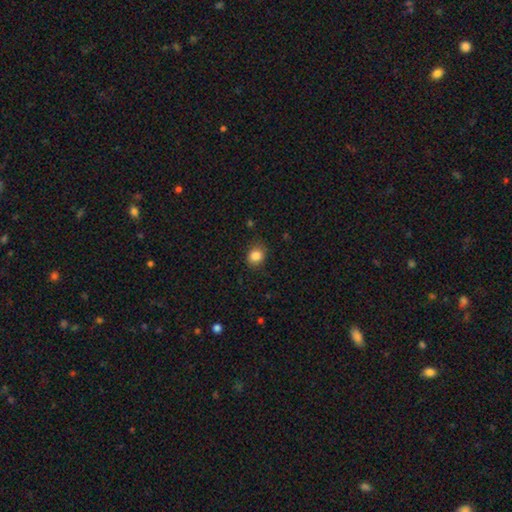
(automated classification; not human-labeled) Overall: smooth (85%). How rounded: round (65%; in between 34%). Merging: none (79%).